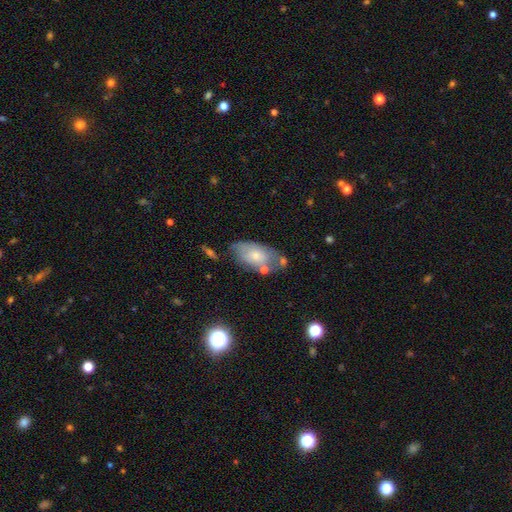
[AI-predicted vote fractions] smooth 59%, featured or disk 34%, star or artifact 7%. Down the decision tree: how rounded — in between (92%); merging — none (53%).